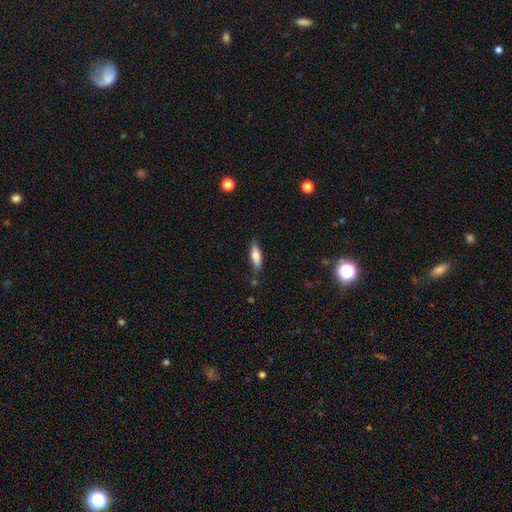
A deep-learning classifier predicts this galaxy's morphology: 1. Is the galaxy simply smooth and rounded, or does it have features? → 77% smooth, 17% featured or disk, 6% star or artifact.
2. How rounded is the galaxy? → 57% in between, 41% cigar-shaped, 2% round.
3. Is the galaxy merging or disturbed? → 78% none, 16% minor disturbance, 3% major disturbance, 3% merger.